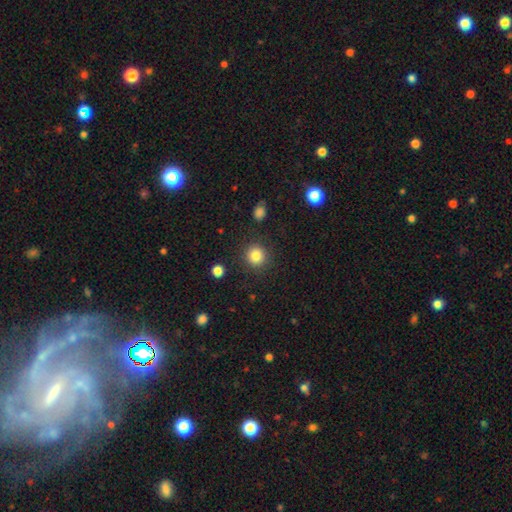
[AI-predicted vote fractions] Morphology: type=smooth (84%); roundness=round (91%); merging=none (89%).